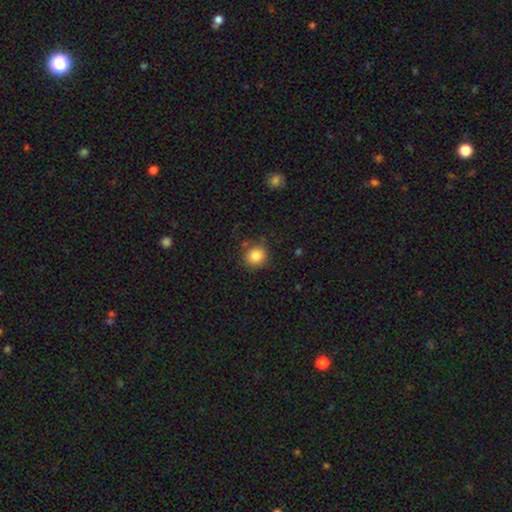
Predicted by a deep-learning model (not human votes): smooth_or_featured: smooth (p=0.84) [alt: star or artifact p=0.10]
how_rounded: round (p=0.89) [alt: in between p=0.10]
merging: none (p=0.82) [alt: minor disturbance p=0.12]